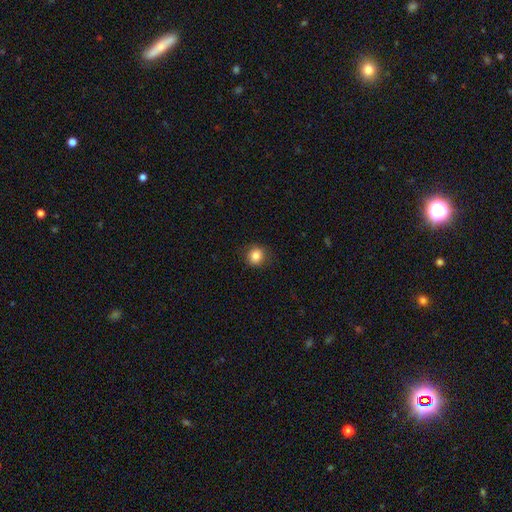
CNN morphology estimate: Smooth or featured? Predicted: smooth (p=0.84). How rounded? Predicted: round (p=0.87). Merging? Predicted: none (p=0.87).